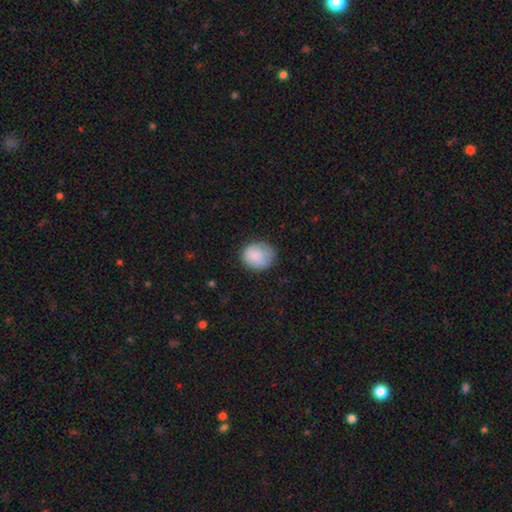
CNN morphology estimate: Smooth or featured: smooth — 84% (featured or disk — 9%)
How rounded: round — 68% (in between — 31%)
Merging: none — 69% (minor disturbance — 23%)